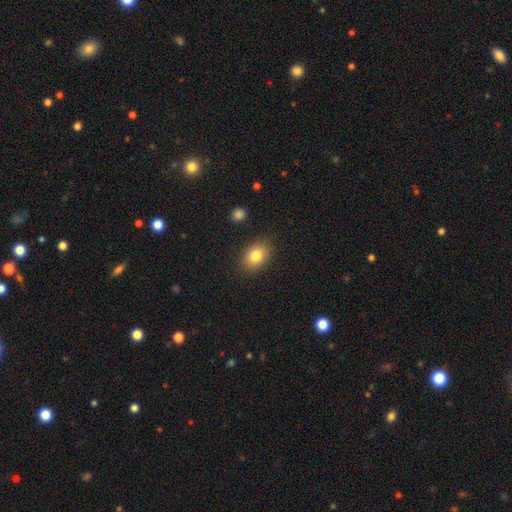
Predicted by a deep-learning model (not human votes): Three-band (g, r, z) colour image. It shows a smooth galaxy with no disk features (82%) that is in between round and cigar-shaped (71%). Merging: none (86%).